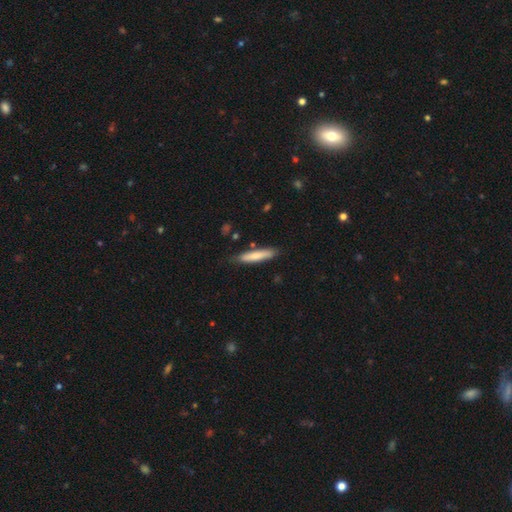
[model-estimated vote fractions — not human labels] Q: Smooth or featured?
A: smooth (75%); runner-up: featured or disk (20%)
Q: How rounded?
A: cigar-shaped (86%); runner-up: in between (13%)
Q: Merging?
A: none (79%); runner-up: minor disturbance (16%)